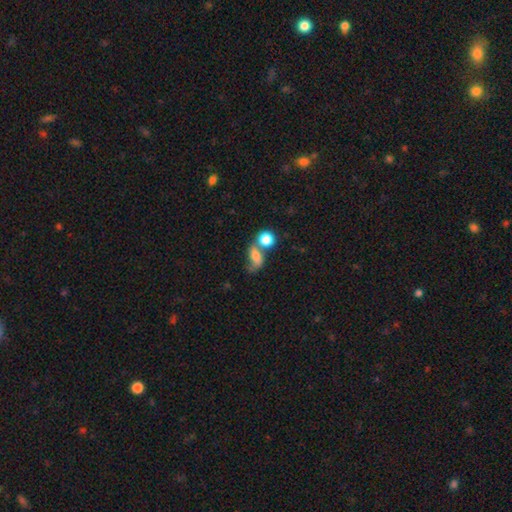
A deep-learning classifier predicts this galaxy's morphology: A smooth galaxy with no disk features (69%) that is in between round and cigar-shaped (70%).

Vote fractions:
- Smooth or featured? smooth: 69% / featured or disk: 18% / star or artifact: 12%
- How rounded? in between: 70% / round: 25% / cigar-shaped: 5%
- Merging? merger: 46% / none: 28% / minor disturbance: 13% / major disturbance: 13%